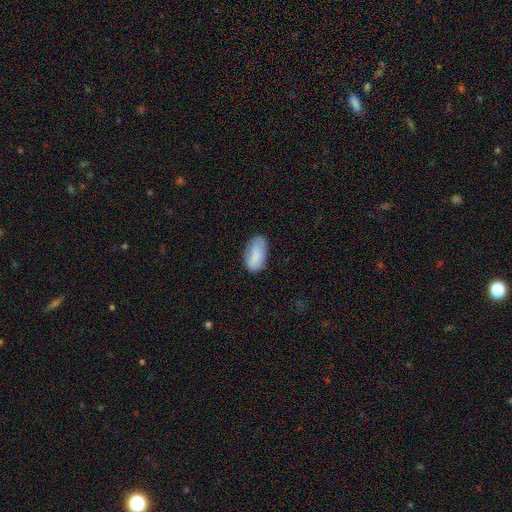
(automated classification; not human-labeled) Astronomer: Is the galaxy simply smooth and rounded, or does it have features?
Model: smooth — 83%.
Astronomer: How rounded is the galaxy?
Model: in between — 94%.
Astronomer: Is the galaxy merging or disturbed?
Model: none — 71%.